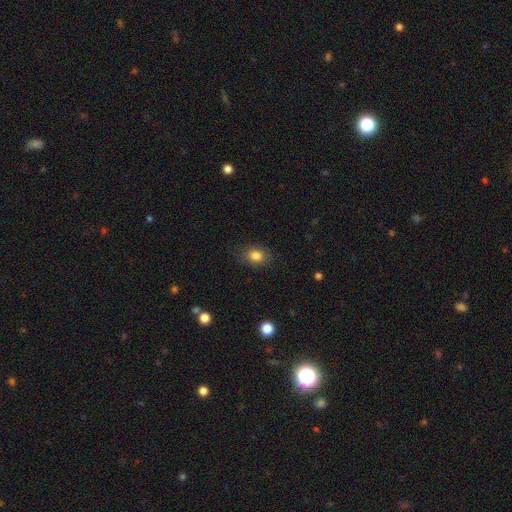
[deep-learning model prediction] smooth 83%, star or artifact 10%, featured or disk 7%. Down the decision tree: how rounded — in between (54%); merging — none (80%).